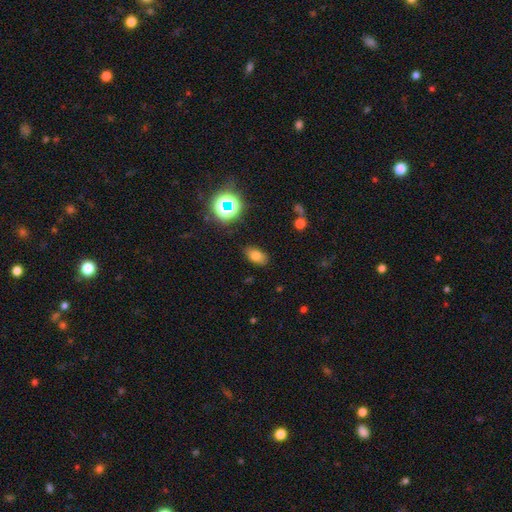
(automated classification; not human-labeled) Smooth or featured?
  - smooth: 73% *
  - star or artifact: 17%
  - featured or disk: 10%
How rounded?
  - in between: 88% *
  - round: 9%
  - cigar-shaped: 3%
Merging?
  - none: 84% *
  - minor disturbance: 11%
  - major disturbance: 3%
  - merger: 2%